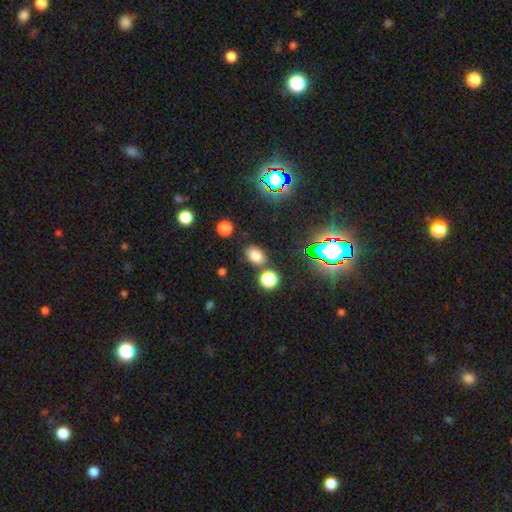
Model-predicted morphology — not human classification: A smooth galaxy with no disk features (73%) that is in between round and cigar-shaped (73%). Merging: none (81%).